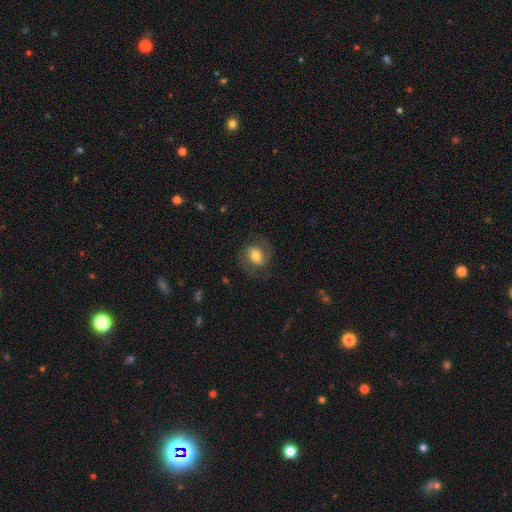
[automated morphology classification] A smooth galaxy with no disk features (46%). Merging: none (73%).